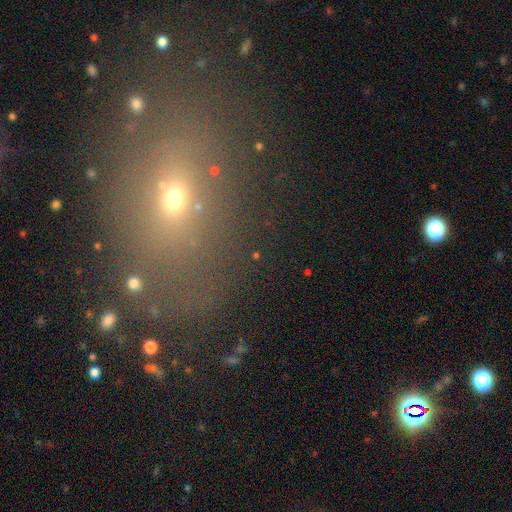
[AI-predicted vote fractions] Smooth or featured? Predicted: star or artifact (p=0.49).